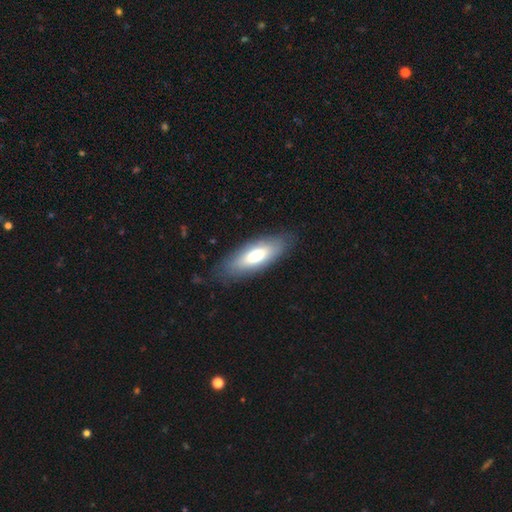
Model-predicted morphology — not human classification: smooth 69%, featured or disk 25%, star or artifact 6%. Down the decision tree: how rounded — in between (72%); merging — none (82%).